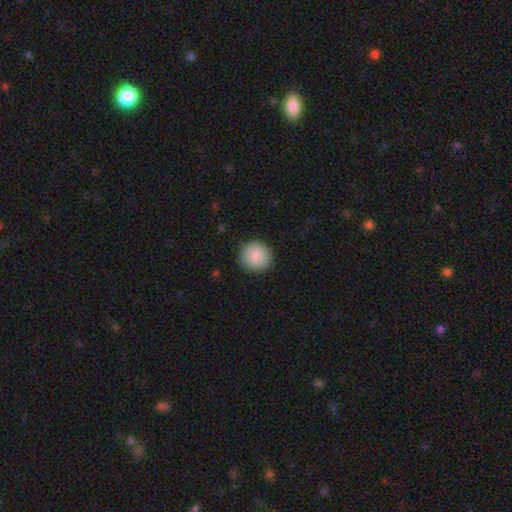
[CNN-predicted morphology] Smooth or featured? Predicted: smooth (p=0.87). How rounded? Predicted: round (p=0.92). Merging? Predicted: none (p=0.90).